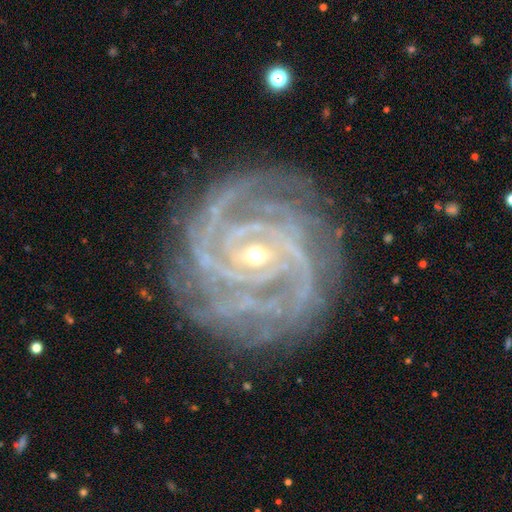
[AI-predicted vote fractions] The model was most divided on "spiral arm count": 2: 24%, 3: 22%, 4: 18%, can't tell: 17%, more than 4: 11%, 1: 8%. Remaining: spiral arms — yes (98%); edge-on disk — no (98%); smooth or featured — featured or disk (92%); merging — none (77%); spiral winding — tight (74%); bulge size — small (64%); bar — weak (40%).